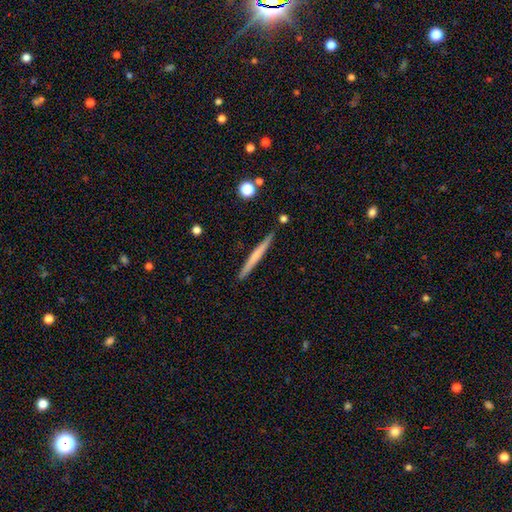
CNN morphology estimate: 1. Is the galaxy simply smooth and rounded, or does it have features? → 52% smooth, 42% featured or disk, 5% star or artifact.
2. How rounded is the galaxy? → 97% cigar-shaped, 2% in between, 1% round.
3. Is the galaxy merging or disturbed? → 90% none, 7% minor disturbance, 2% merger, 1% major disturbance.